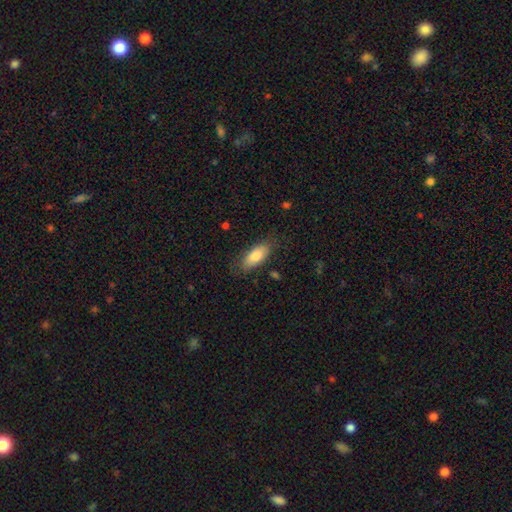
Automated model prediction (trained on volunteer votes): The model was most divided on "merging": none: 78%, minor disturbance: 16%, major disturbance: 4%, merger: 1%. More confident: how rounded — in between (84%); smooth or featured — smooth (79%).